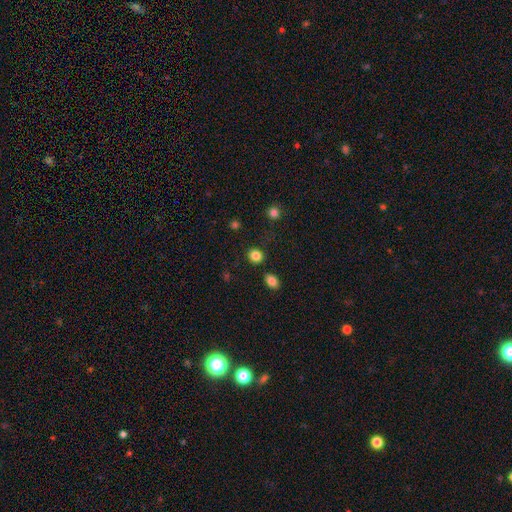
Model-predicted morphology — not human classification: The model was most divided on "how rounded": round: 80%, in between: 19%, cigar-shaped: 1%. More confident: merging — none (86%); smooth or featured — smooth (84%).